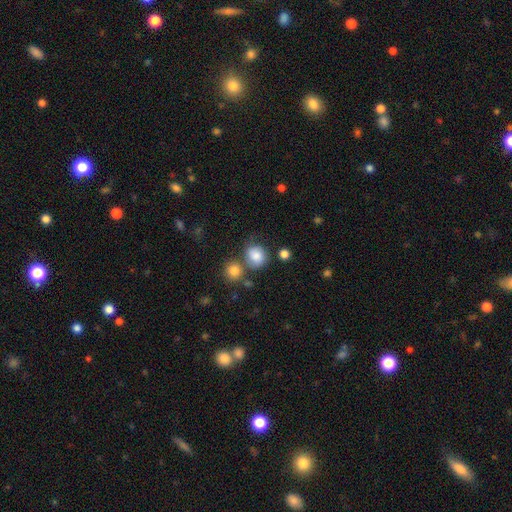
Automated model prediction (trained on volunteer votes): Smooth or featured? smooth (82%)
How rounded? round (75%)
Merging? none (58%)